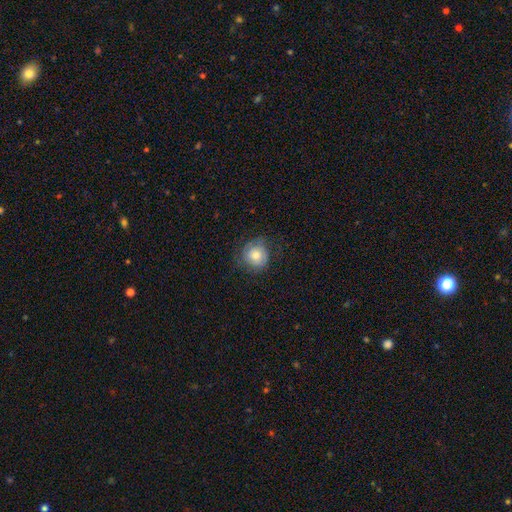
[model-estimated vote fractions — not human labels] smooth 62%, featured or disk 30%, star or artifact 8%. Down the decision tree: how rounded — round (86%); merging — none (66%).